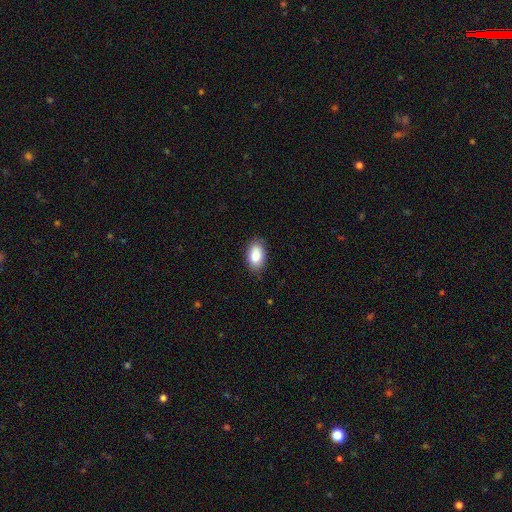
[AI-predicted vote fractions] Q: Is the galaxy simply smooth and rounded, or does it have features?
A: smooth — 85%.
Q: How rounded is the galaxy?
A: in between — 92%.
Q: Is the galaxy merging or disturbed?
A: none — 84%.